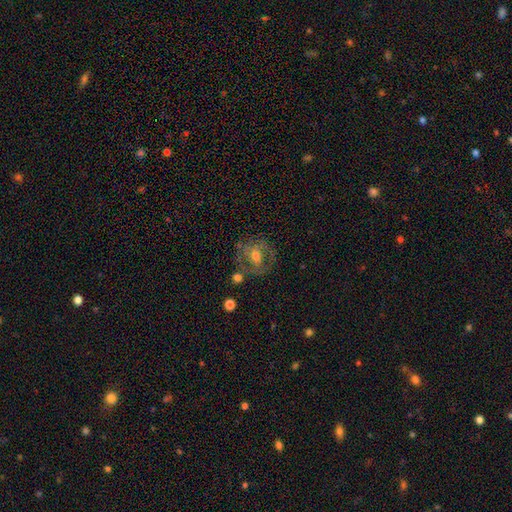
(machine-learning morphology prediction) featured or disk 62%, smooth 30%, star or artifact 8%. Down the decision tree: edge-on disk — no (96%); bar — no (45%); spiral arms — yes (57%); bulge size — moderate (66%); merging — none (62%).